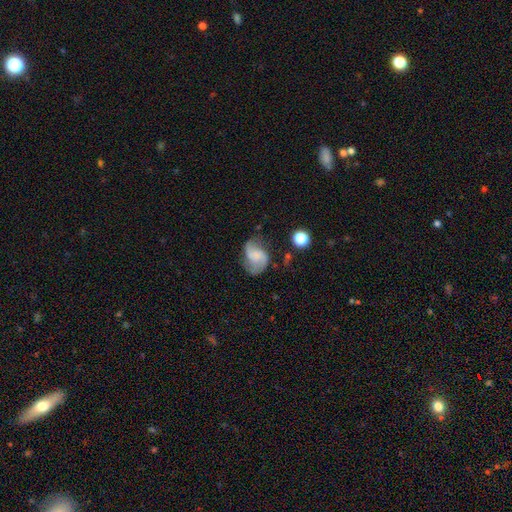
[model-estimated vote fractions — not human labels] smooth-or-featured: featured or disk: 68% | smooth: 24% | star or artifact: 8%
  disk-edge-on: no: 98% | yes: 2%
    bar: no: 57% | weak: 35% | strong: 9%
    has-spiral-arms: yes: 91% | no: 9%
      spiral-winding: loose: 46% | medium: 40% | tight: 14%
      spiral-arm-count: 2: 85% | can't tell: 6% | 1: 4% | 3: 3% | 4: 1% | more than 4: 1%
    bulge-size: none: 52% | small: 23% | moderate: 14% | large: 7% | dominant: 3%
  merging: none: 58% | minor disturbance: 24% | major disturbance: 15% | merger: 3%